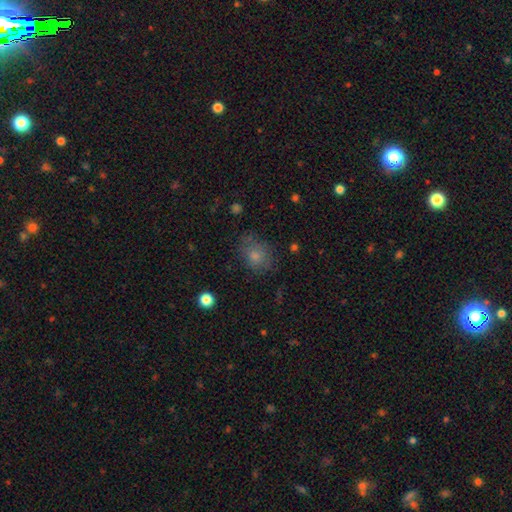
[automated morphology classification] Smooth or featured?
  - smooth: 78% *
  - star or artifact: 11%
  - featured or disk: 11%
How rounded?
  - round: 55% *
  - in between: 44%
  - cigar-shaped: 1%
Merging?
  - none: 65% *
  - minor disturbance: 22%
  - major disturbance: 10%
  - merger: 3%